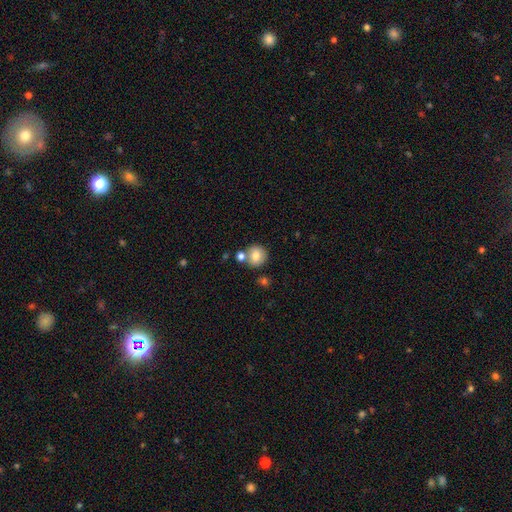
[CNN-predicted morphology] type=smooth (79%); roundness=round (89%); merging=none (65%).